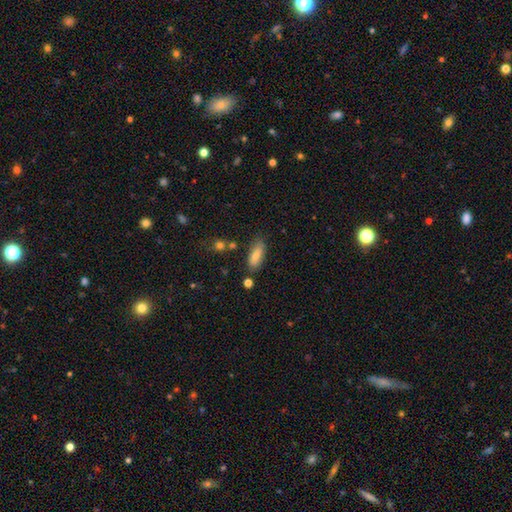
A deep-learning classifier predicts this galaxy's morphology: Smooth or featured? Predicted: smooth (p=0.78). How rounded? Predicted: in between (p=0.77). Merging? Predicted: none (p=0.75).